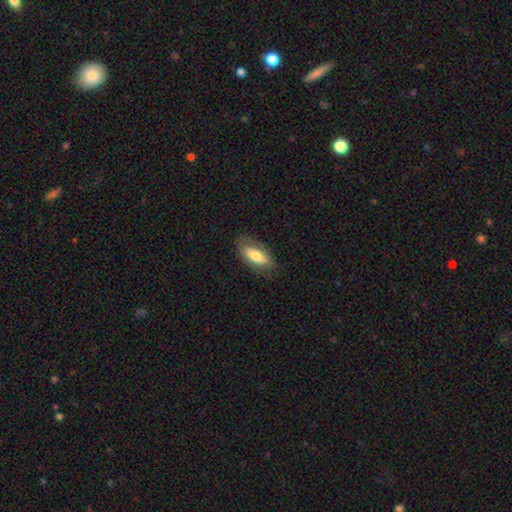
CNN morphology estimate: This is likely a smooth galaxy (67%). How rounded: clearly in between (80%). Merging: likely none (79%).